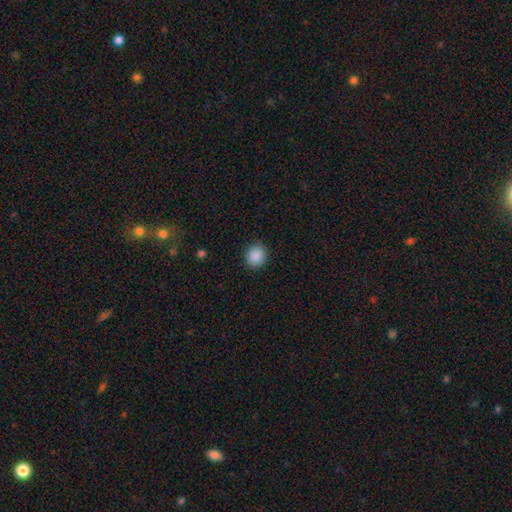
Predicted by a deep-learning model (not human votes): Smooth or featured? Predicted: smooth (p=0.89). How rounded? Predicted: round (p=0.82). Merging? Predicted: none (p=0.90).